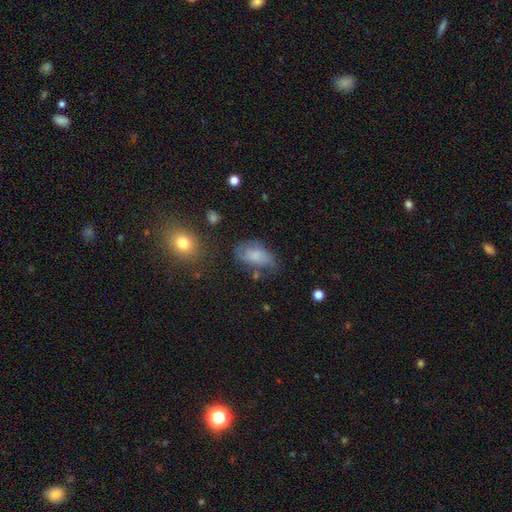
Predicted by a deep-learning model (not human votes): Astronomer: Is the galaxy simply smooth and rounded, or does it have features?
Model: smooth — 70%.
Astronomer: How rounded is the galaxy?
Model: in between — 91%.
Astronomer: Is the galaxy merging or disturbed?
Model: none — 44% (runner-up: minor disturbance, 33%).